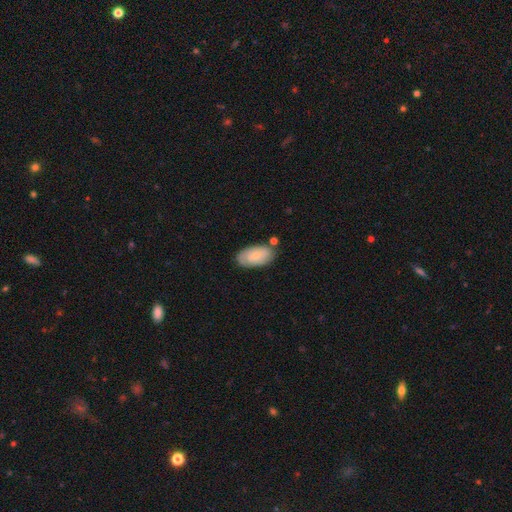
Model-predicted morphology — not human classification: Smooth or featured? smooth (66%)
How rounded? in between (94%)
Merging? none (71%)